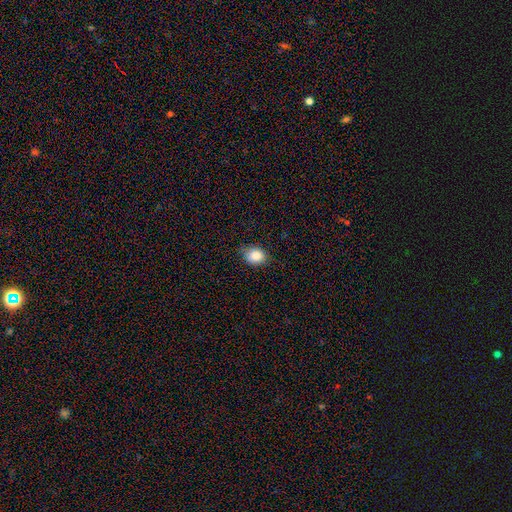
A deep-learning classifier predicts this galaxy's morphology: type=smooth (85%); roundness=round (50%); merging=none (79%).